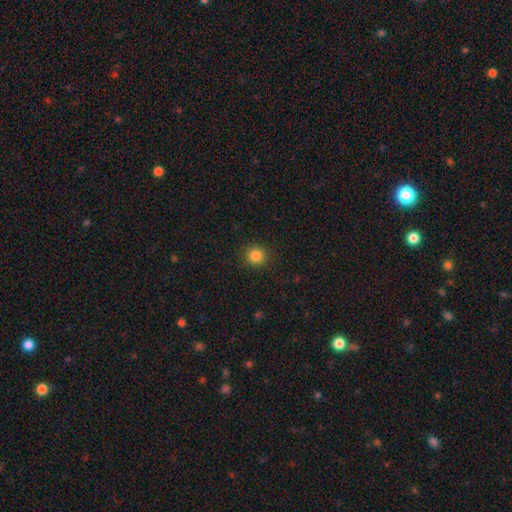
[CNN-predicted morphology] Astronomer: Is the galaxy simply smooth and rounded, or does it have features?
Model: smooth — 84%.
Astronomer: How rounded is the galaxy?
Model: round — 92%.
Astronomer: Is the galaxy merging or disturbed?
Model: none — 91%.